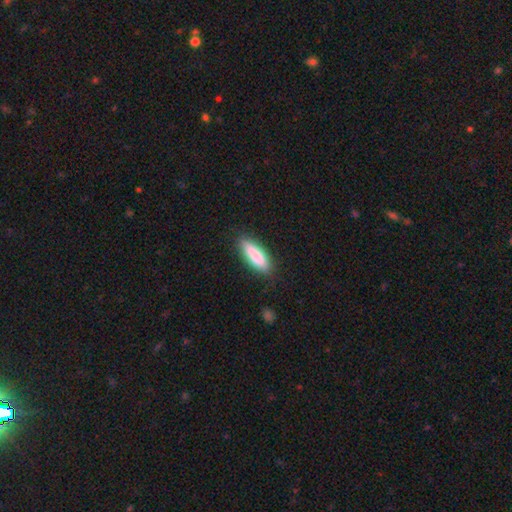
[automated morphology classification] smooth_or_featured: smooth (p=0.82) [alt: featured or disk p=0.12]
how_rounded: in between (p=0.52) [alt: cigar-shaped p=0.46]
merging: none (p=0.83) [alt: minor disturbance p=0.13]